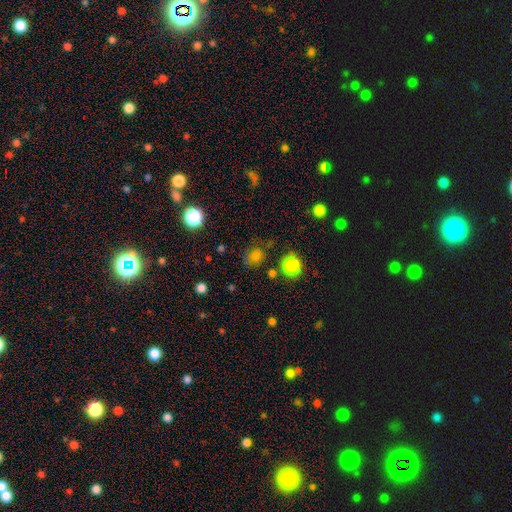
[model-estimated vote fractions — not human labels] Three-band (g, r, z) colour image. It shows a smooth galaxy with no disk features (72%) that is round (75%). Merging: none (68%).